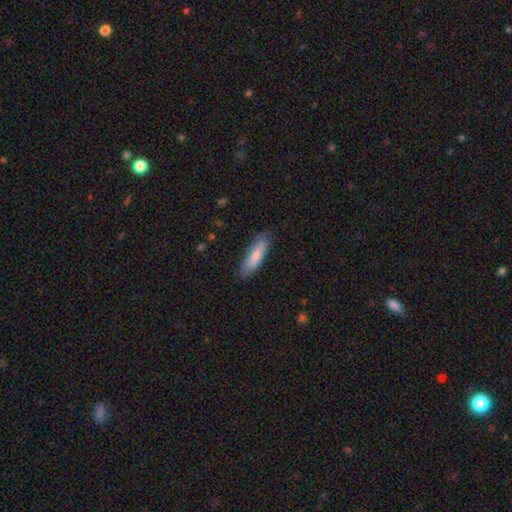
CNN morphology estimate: Smooth or featured: smooth — 80% (featured or disk — 14%)
How rounded: cigar-shaped — 65% (in between — 33%)
Merging: none — 79% (minor disturbance — 16%)